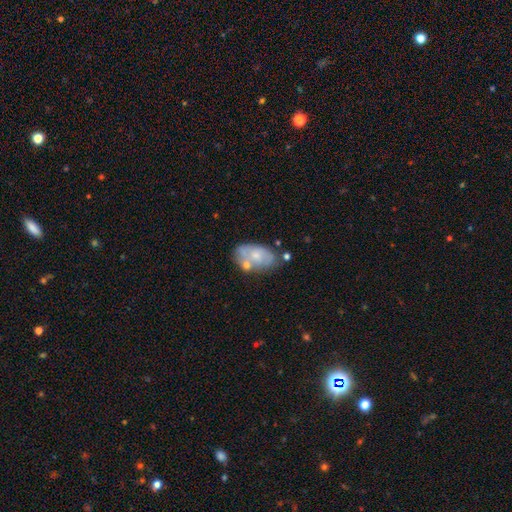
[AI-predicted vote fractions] featured or disk 47%, smooth 46%, star or artifact 7%. Down the decision tree: merging — none (48%).